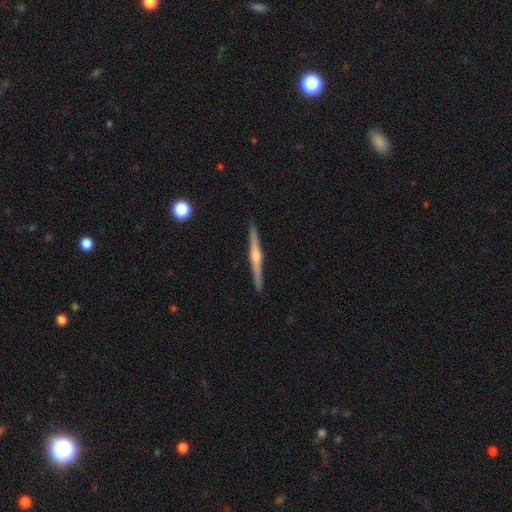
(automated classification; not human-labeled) Smooth or featured? featured or disk (79%)
Edge-on disk? yes (99%)
Edge-on bulge? rounded (87%)
Merging? none (93%)